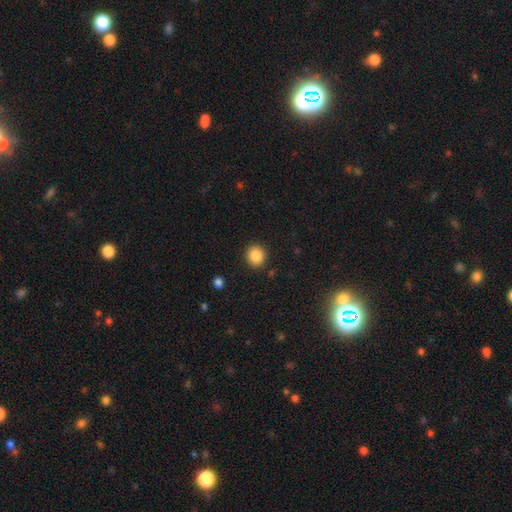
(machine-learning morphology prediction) The model was most divided on "how rounded": round: 87%, in between: 12%, cigar-shaped: 1%. More confident: merging — none (91%); smooth or featured — smooth (86%).